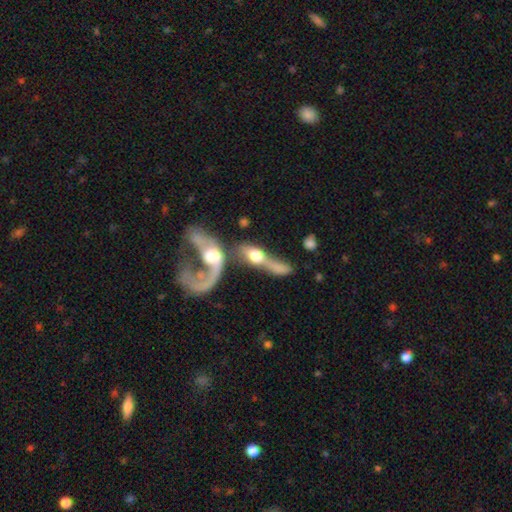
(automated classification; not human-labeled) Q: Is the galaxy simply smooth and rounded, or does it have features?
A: featured or disk — 54%.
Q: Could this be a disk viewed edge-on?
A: no — 63%.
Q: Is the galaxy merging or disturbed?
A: merger — 71%.